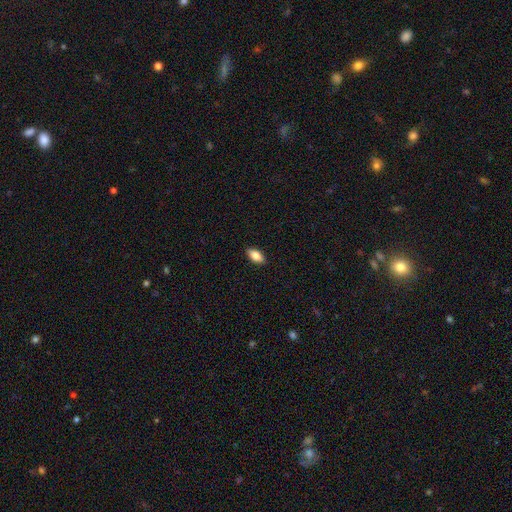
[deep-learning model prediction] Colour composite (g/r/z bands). It shows a smooth galaxy with no disk features (85%) that is in between round and cigar-shaped (91%). Merging: none (90%).